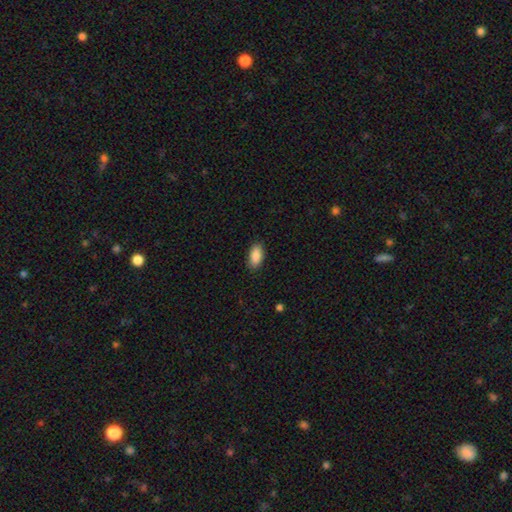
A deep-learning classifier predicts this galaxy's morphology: The model was most divided on "merging": none: 88%, minor disturbance: 9%, major disturbance: 2%, merger: 1%. More confident: how rounded — in between (91%); smooth or featured — smooth (90%).